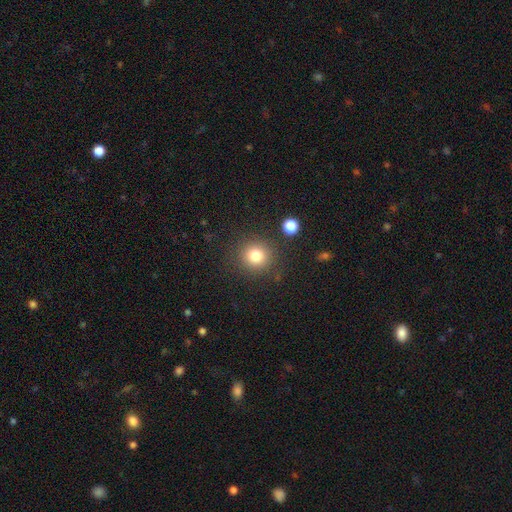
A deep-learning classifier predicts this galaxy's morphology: Smooth or featured? Predicted: smooth (p=0.80). How rounded? Predicted: round (p=0.91). Merging? Predicted: none (p=0.86).